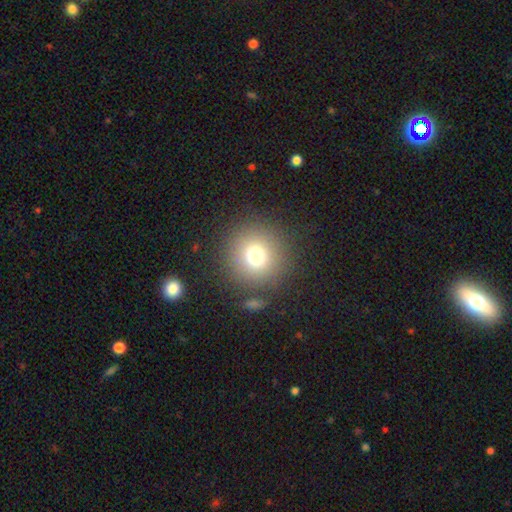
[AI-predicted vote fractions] This is likely a smooth galaxy (74%). How rounded: clearly round (95%). Merging: clearly none (86%).